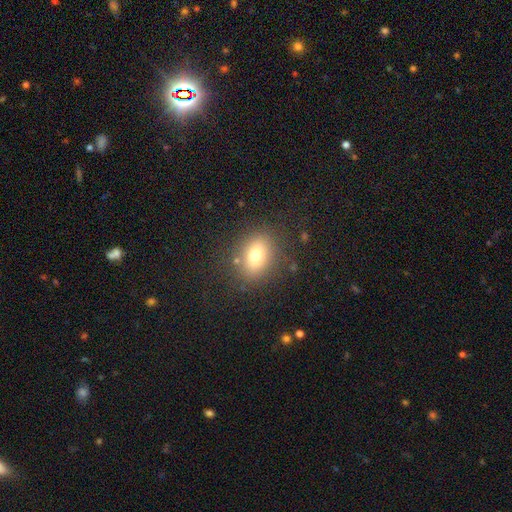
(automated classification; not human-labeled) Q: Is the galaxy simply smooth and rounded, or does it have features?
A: smooth — 73%.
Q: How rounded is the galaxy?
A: in between — 62%.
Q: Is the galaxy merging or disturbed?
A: none — 82%.